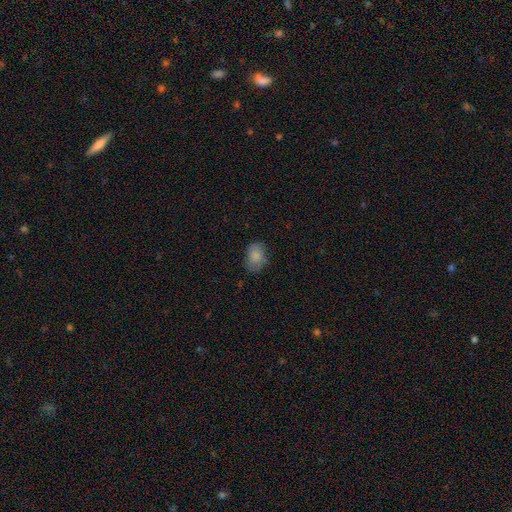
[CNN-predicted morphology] smooth-or-featured: smooth: 83% | featured or disk: 9% | star or artifact: 9%
  how-rounded: in between: 77% | round: 22% | cigar-shaped: 1%
  merging: none: 70% | minor disturbance: 22% | major disturbance: 7% | merger: 1%